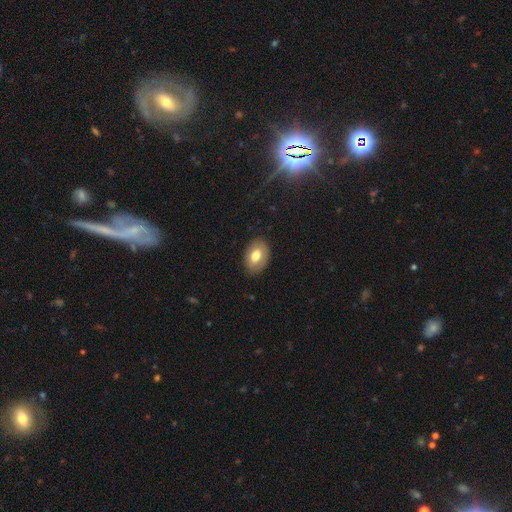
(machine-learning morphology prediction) Smooth or featured?
  - smooth: 73% *
  - featured or disk: 20%
  - star or artifact: 7%
How rounded?
  - in between: 83% *
  - round: 16%
  - cigar-shaped: 1%
Merging?
  - none: 86% *
  - minor disturbance: 11%
  - major disturbance: 3%
  - merger: 1%